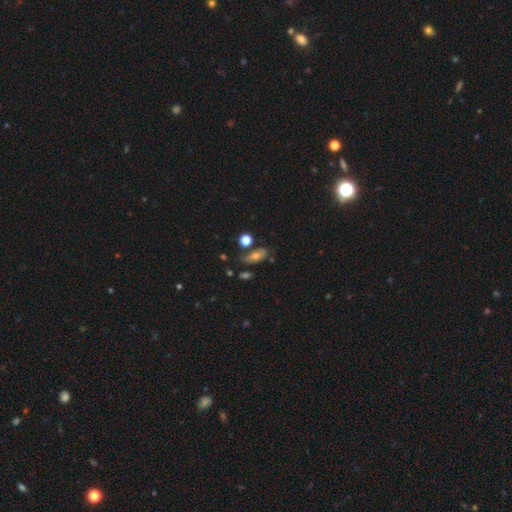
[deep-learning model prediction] smooth 63%, featured or disk 24%, star or artifact 14%. Down the decision tree: how rounded — in between (80%); merging — none (62%).